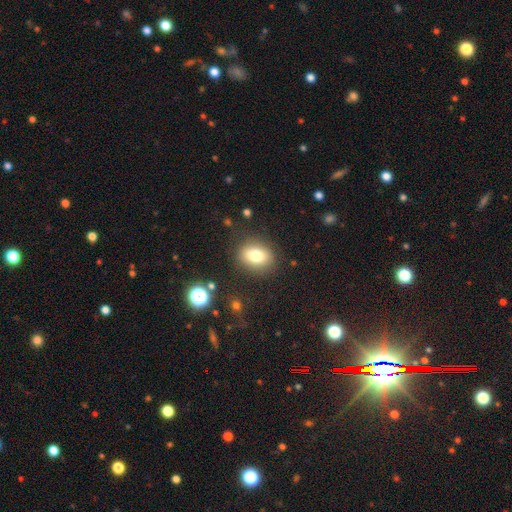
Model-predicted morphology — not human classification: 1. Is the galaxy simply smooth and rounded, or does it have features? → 78% smooth, 11% featured or disk, 11% star or artifact.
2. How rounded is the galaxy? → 58% in between, 41% round, 1% cigar-shaped.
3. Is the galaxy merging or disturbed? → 84% none, 10% minor disturbance, 4% major disturbance, 2% merger.